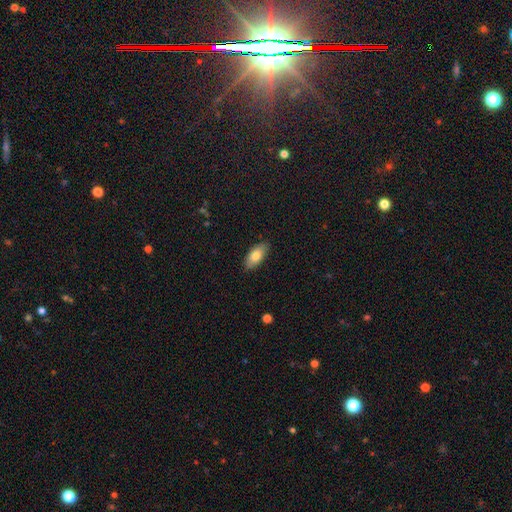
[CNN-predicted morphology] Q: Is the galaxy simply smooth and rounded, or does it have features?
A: smooth — 77%.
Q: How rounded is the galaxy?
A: in between — 87%.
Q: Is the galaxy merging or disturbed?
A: none — 87%.